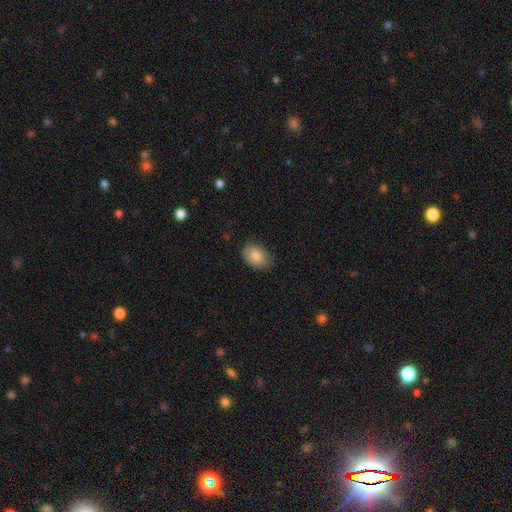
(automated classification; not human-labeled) This appears to be a smooth galaxy with no disk features (83%) that is in between round and cigar-shaped (80%). Merging: none (80%).